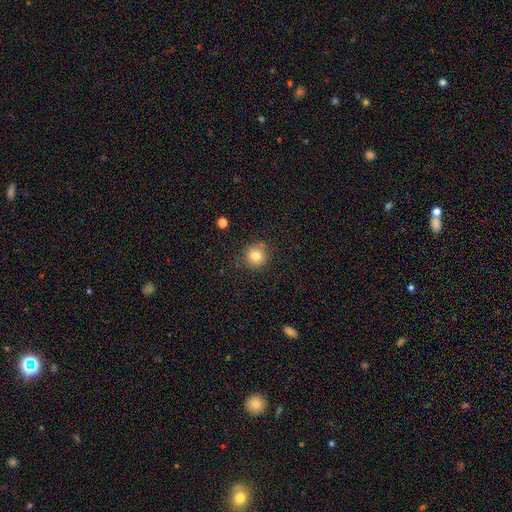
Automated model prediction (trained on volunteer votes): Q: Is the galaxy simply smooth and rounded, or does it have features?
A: smooth — 80%.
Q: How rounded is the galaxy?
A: round — 93%.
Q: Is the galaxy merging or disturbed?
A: none — 86%.